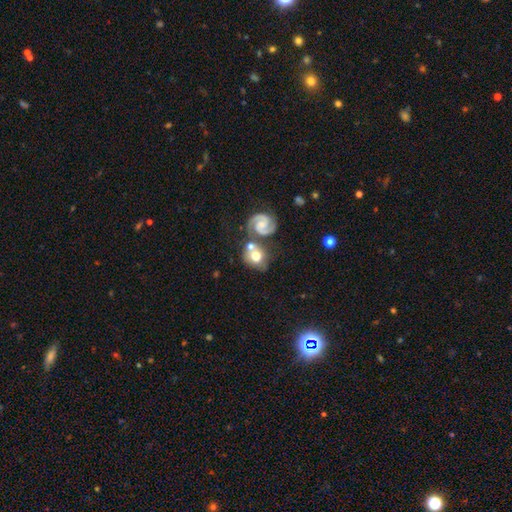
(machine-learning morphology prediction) A featured or disk galaxy (46%, tied with smooth).

Vote fractions:
- Smooth or featured? featured or disk: 46% (tied) / smooth: 46% (tied) / star or artifact: 8%
- Merging? none: 49% / merger: 35% / minor disturbance: 11% / major disturbance: 5%